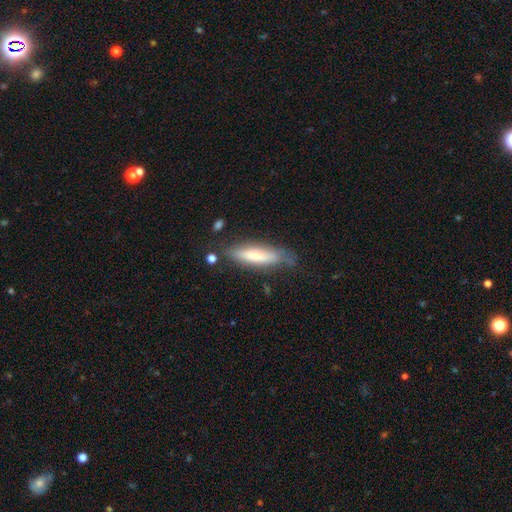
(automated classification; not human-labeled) Smooth or featured: smooth — 64% (featured or disk — 29%)
How rounded: cigar-shaped — 65% (in between — 33%)
Merging: none — 67% (minor disturbance — 22%)